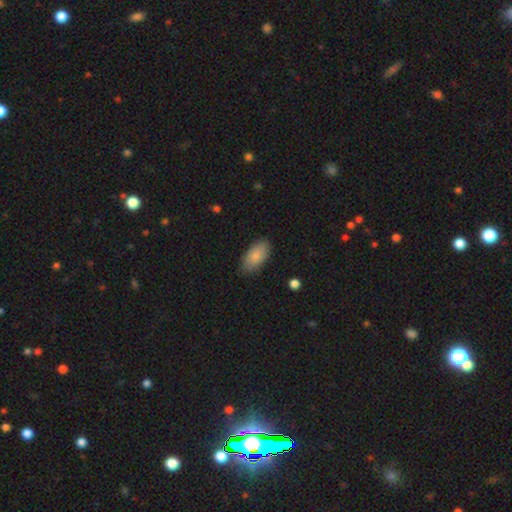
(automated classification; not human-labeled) Overall: smooth (83%). How rounded: in between (93%). Merging: none (83%).